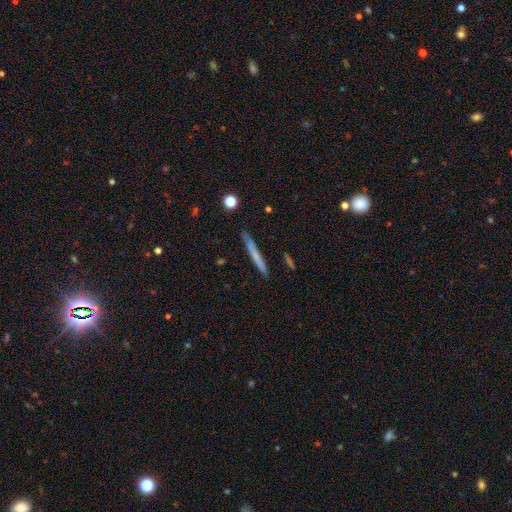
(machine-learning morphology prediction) type=smooth (56%); roundness=cigar-shaped (96%); merging=none (88%).